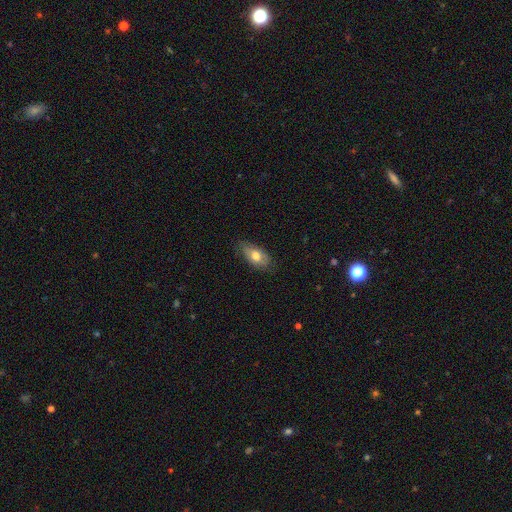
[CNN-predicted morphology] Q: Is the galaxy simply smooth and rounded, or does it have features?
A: smooth — 72%.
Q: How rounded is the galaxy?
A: in between — 90%.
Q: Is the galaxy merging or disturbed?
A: none — 72%.